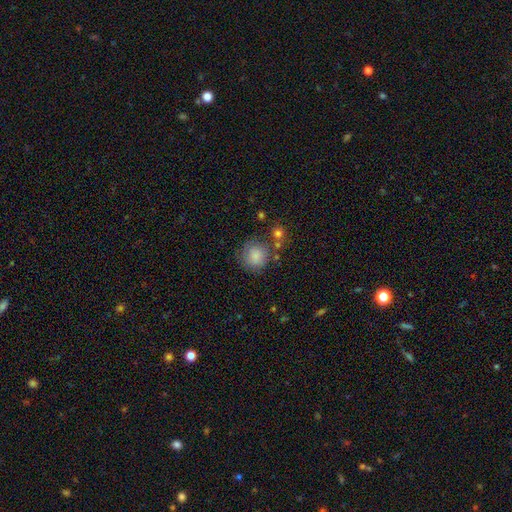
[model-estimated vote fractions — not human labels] Q: Smooth or featured?
A: smooth (83%); runner-up: star or artifact (9%)
Q: How rounded?
A: round (88%); runner-up: in between (11%)
Q: Merging?
A: none (70%); runner-up: minor disturbance (16%)